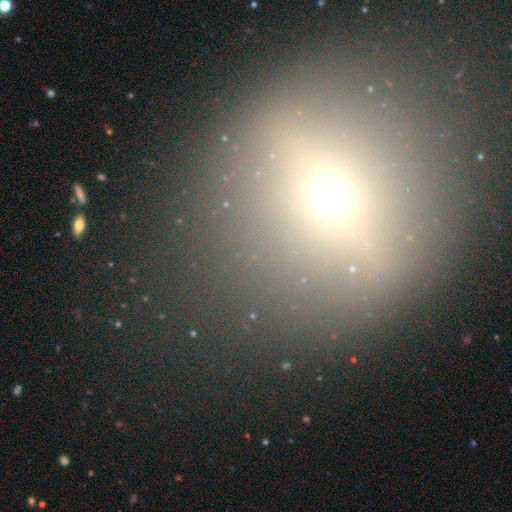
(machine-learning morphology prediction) type=smooth (49%); merging=none (84%).